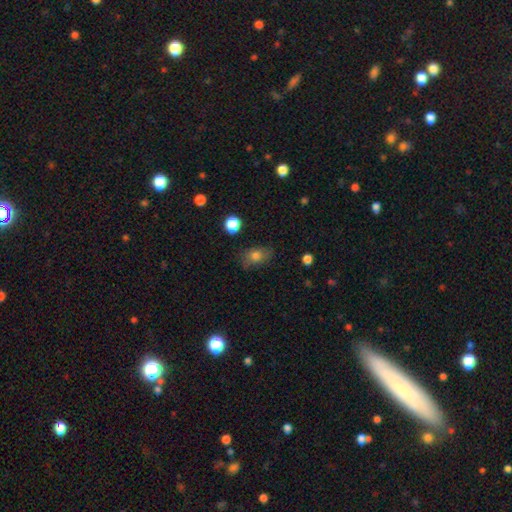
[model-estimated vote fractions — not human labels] smooth-or-featured: smooth: 77% | featured or disk: 13% | star or artifact: 10%
  how-rounded: in between: 78% | round: 19% | cigar-shaped: 2%
  merging: none: 74% | minor disturbance: 19% | major disturbance: 5% | merger: 2%